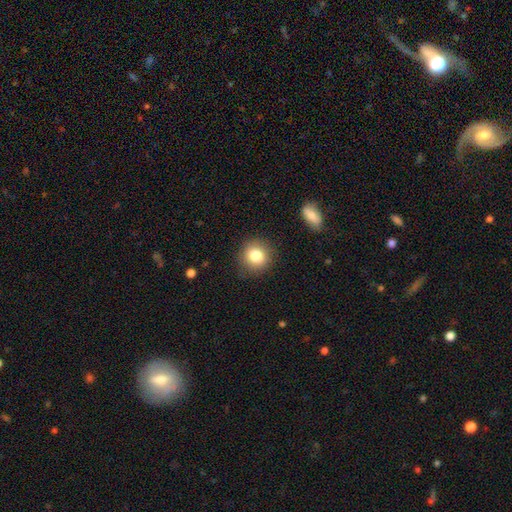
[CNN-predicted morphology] type=smooth (82%); roundness=round (90%); merging=none (89%).